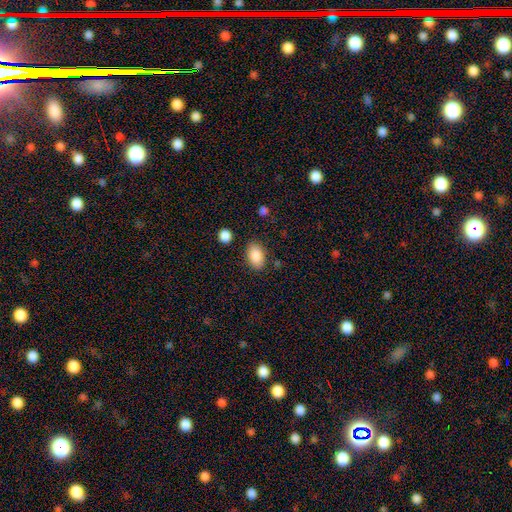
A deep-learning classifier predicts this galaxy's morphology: Smooth or featured?
  - smooth: 88% *
  - star or artifact: 7%
  - featured or disk: 5%
How rounded?
  - in between: 89% *
  - round: 9%
  - cigar-shaped: 1%
Merging?
  - none: 83% *
  - minor disturbance: 11%
  - major disturbance: 3%
  - merger: 3%